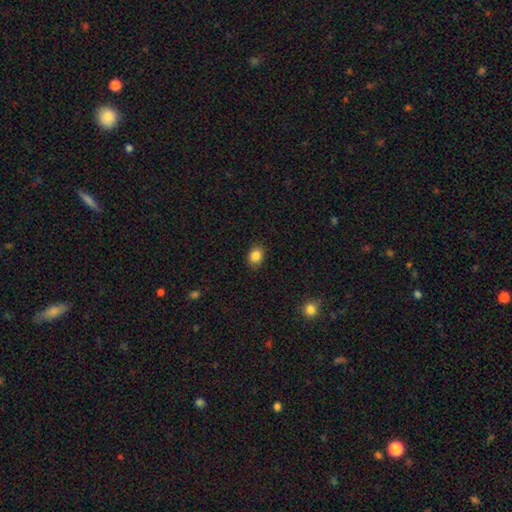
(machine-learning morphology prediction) Smooth or featured? Predicted: smooth (p=0.86). How rounded? Predicted: in between (p=0.57). Merging? Predicted: none (p=0.87).